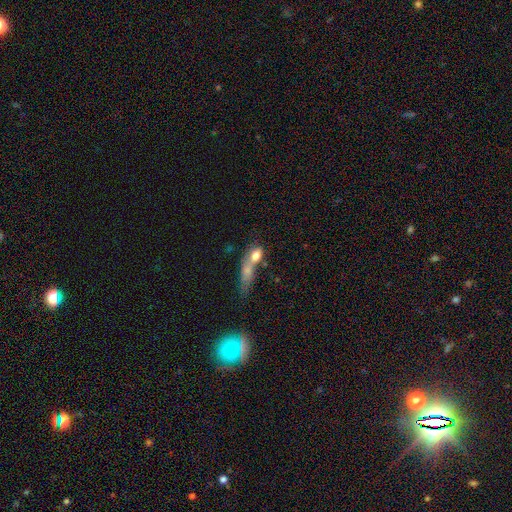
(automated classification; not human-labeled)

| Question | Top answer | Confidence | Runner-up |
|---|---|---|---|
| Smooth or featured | smooth | 68% | featured or disk (21%) |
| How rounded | in between | 61% | cigar-shaped (22%) |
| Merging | merger | 53% | none (23%) |